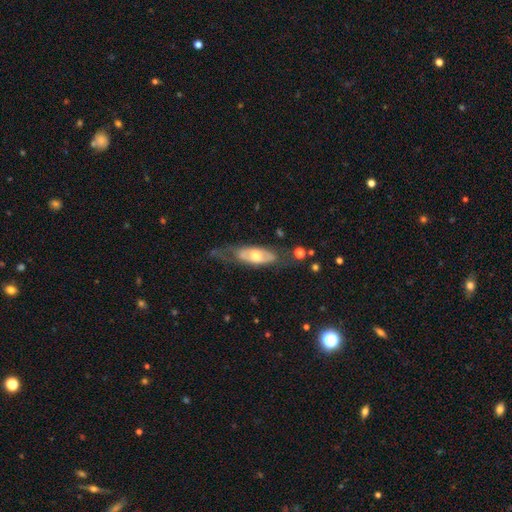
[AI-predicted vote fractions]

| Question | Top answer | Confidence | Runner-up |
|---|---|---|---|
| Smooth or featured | featured or disk | 60% | smooth (35%) |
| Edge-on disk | no | 76% | yes (24%) |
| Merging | none | 48% | minor disturbance (27%) |